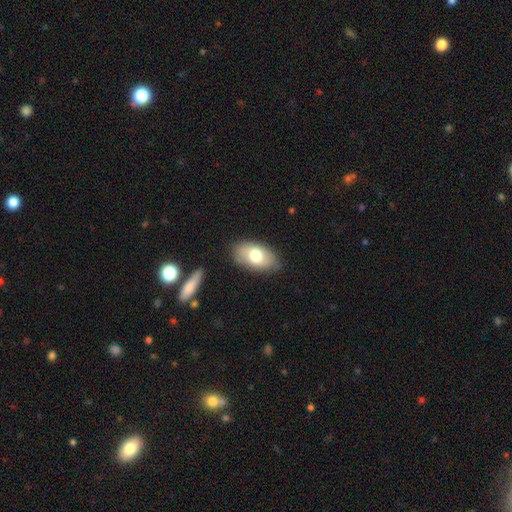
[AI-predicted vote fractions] smooth_or_featured: smooth (p=0.72) [alt: featured or disk p=0.22]
how_rounded: in between (p=0.93) [alt: round p=0.05]
merging: none (p=0.80) [alt: minor disturbance p=0.14]